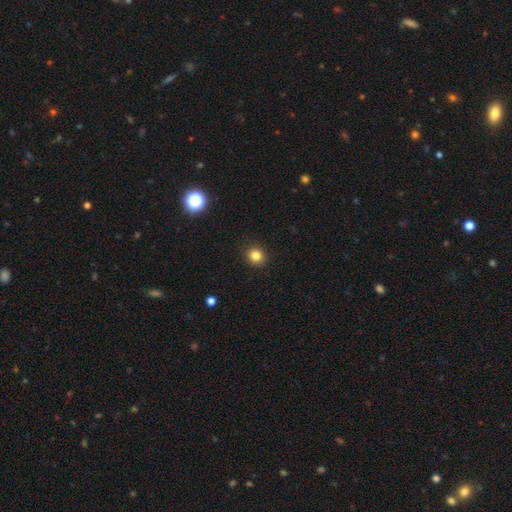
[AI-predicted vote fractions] Morphology: type=smooth (83%); roundness=round (82%); merging=none (91%).